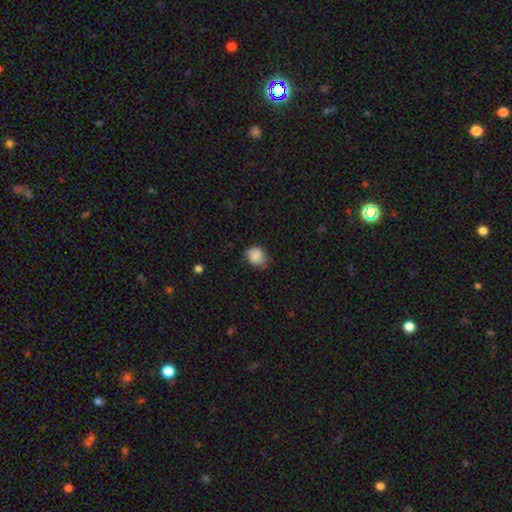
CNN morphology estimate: Smooth or featured: smooth — 84% (star or artifact — 8%)
How rounded: round — 58% (in between — 41%)
Merging: none — 64% (minor disturbance — 29%)